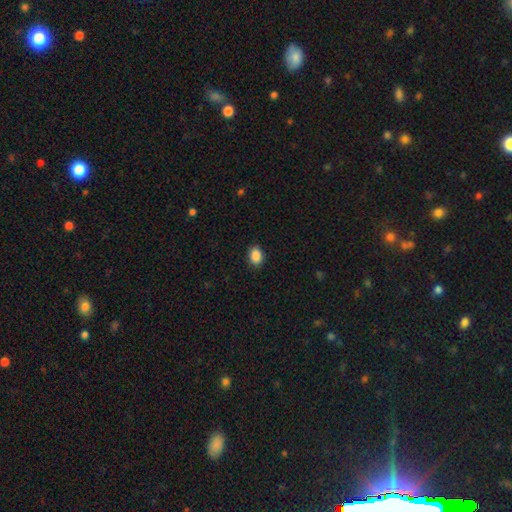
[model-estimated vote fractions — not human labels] Smooth or featured?
  - smooth: 89% *
  - star or artifact: 8%
  - featured or disk: 3%
How rounded?
  - in between: 77% *
  - round: 22%
  - cigar-shaped: 1%
Merging?
  - none: 89% *
  - minor disturbance: 8%
  - major disturbance: 2%
  - merger: 1%